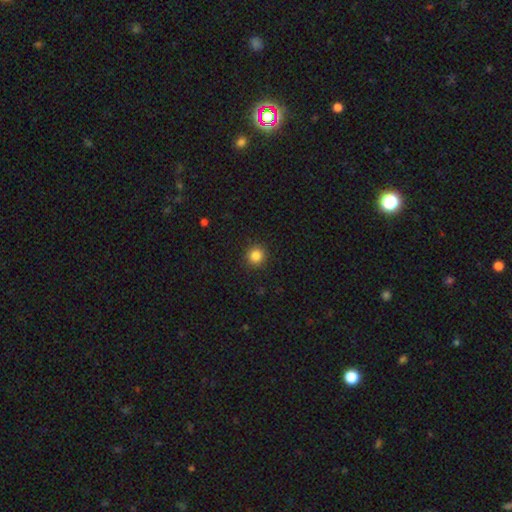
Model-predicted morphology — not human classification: Q: Smooth or featured?
A: smooth (85%); runner-up: star or artifact (11%)
Q: How rounded?
A: round (93%); runner-up: in between (6%)
Q: Merging?
A: none (91%); runner-up: minor disturbance (6%)